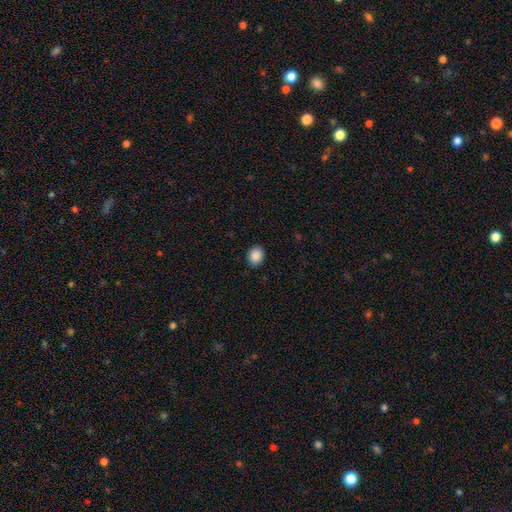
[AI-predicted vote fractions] Smooth or featured? smooth (89%)
How rounded? round (71%)
Merging? none (90%)